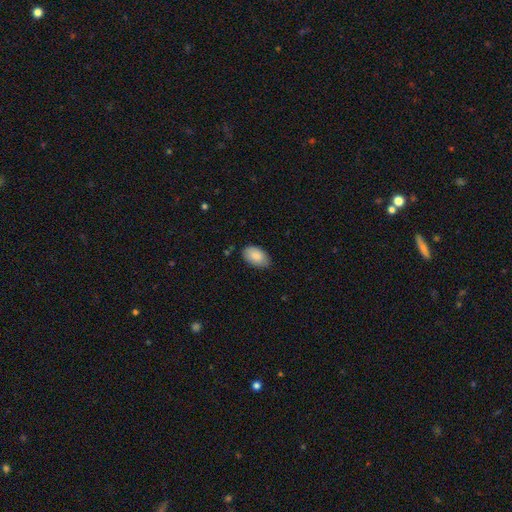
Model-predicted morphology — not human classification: Smooth or featured? smooth (86%)
How rounded? in between (94%)
Merging? none (79%)